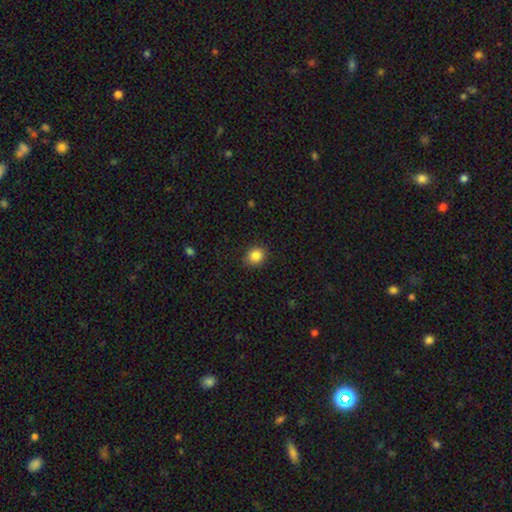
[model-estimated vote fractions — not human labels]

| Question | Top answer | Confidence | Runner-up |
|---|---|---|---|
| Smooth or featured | smooth | 85% | star or artifact (10%) |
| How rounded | round | 69% | in between (30%) |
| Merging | none | 88% | minor disturbance (9%) |